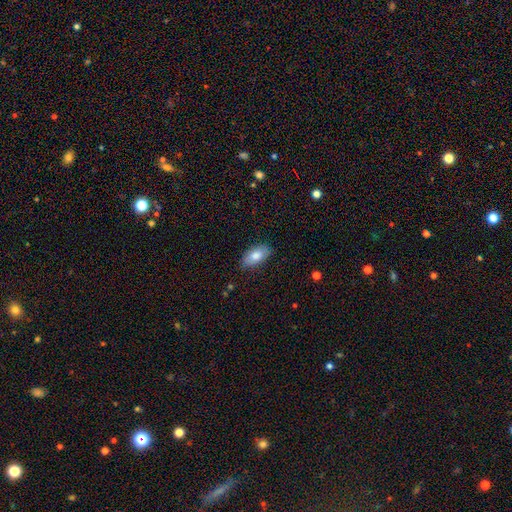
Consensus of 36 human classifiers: This appears to be a smooth galaxy with no disk features (83%) that is in between round and cigar-shaped (87%). Merging: none (76%).